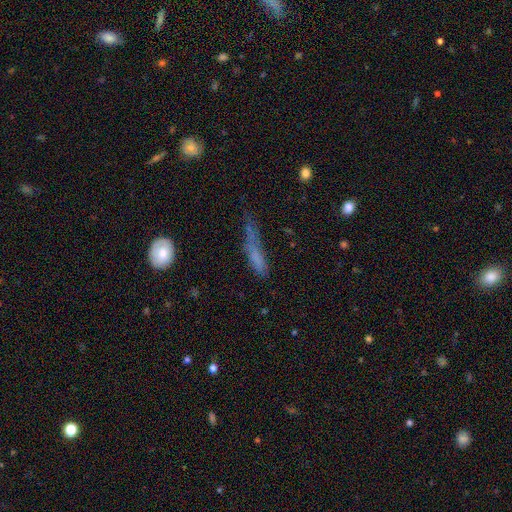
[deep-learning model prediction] Q: Smooth or featured?
A: smooth (60%); runner-up: featured or disk (26%)
Q: How rounded?
A: cigar-shaped (72%); runner-up: in between (23%)
Q: Merging?
A: none (34%); runner-up: major disturbance (32%)